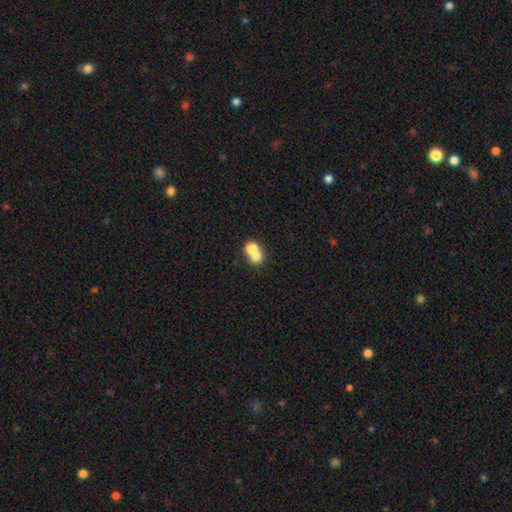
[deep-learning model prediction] smooth_or_featured: smooth (p=0.71) [alt: featured or disk p=0.17]
how_rounded: round (p=0.74) [alt: in between p=0.25]
merging: merger (p=0.62) [alt: none p=0.31]